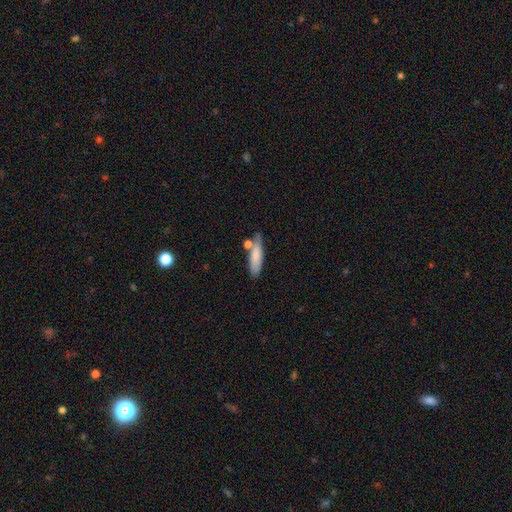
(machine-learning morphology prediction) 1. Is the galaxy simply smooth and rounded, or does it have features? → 79% smooth, 15% featured or disk, 6% star or artifact.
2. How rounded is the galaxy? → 61% cigar-shaped, 37% in between, 2% round.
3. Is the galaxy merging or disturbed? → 59% none, 19% minor disturbance, 16% merger, 6% major disturbance.